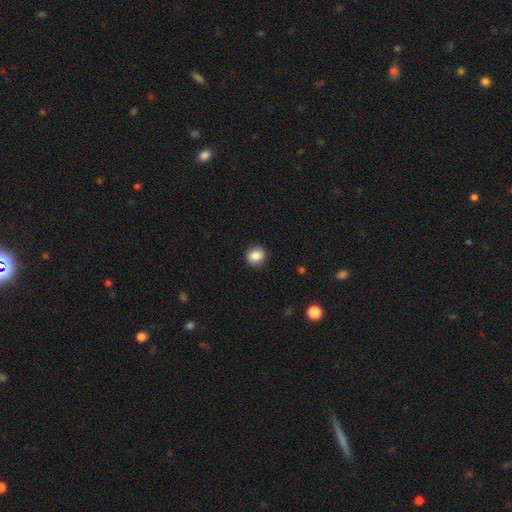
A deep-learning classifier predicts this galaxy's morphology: smooth 87%, star or artifact 9%, featured or disk 4%. Down the decision tree: how rounded — round (81%); merging — none (90%).